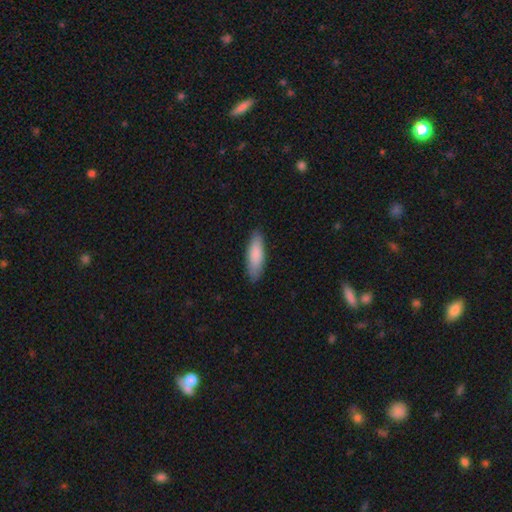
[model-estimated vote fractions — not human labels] Smooth or featured: smooth — 84% (featured or disk — 10%)
How rounded: in between — 54% (cigar-shaped — 44%)
Merging: none — 86% (minor disturbance — 11%)